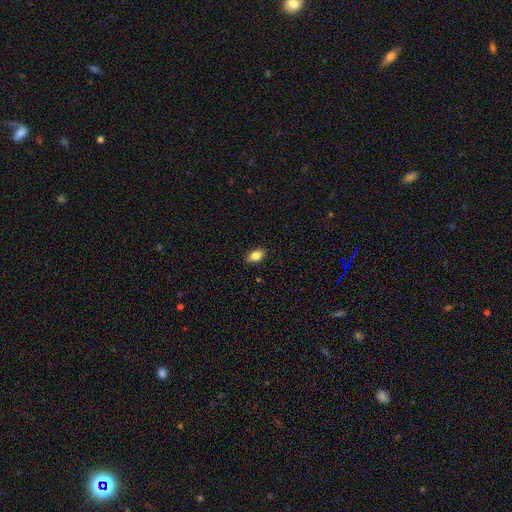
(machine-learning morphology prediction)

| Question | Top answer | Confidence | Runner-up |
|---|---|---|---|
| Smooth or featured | smooth | 83% | featured or disk (9%) |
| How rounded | in between | 89% | round (8%) |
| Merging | none | 89% | minor disturbance (8%) |